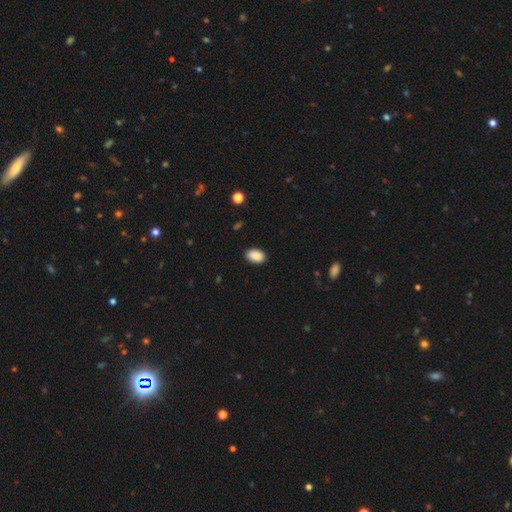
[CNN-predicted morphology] smooth-or-featured: smooth: 90% | star or artifact: 8% | featured or disk: 3%
  how-rounded: in between: 89% | round: 10% | cigar-shaped: 1%
  merging: none: 88% | minor disturbance: 9% | major disturbance: 2% | merger: 1%